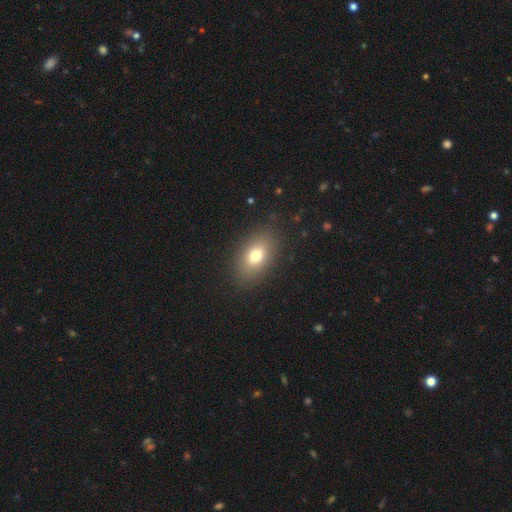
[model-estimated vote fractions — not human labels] smooth 74%, featured or disk 15%, star or artifact 11%. Down the decision tree: how rounded — in between (84%); merging — none (87%).